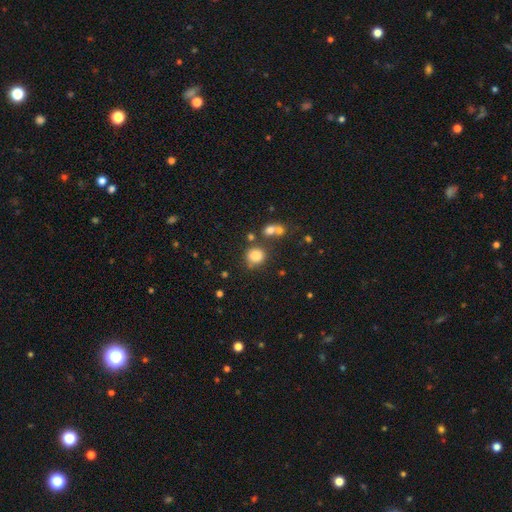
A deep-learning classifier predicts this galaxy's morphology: Smooth or featured? smooth (83%)
How rounded? round (82%)
Merging? none (65%)